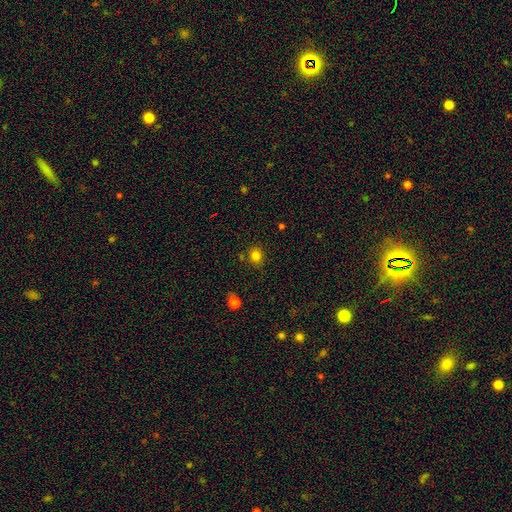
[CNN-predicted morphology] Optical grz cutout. It shows a smooth galaxy with no disk features (81%) that is round (72%). Merging: none (81%).